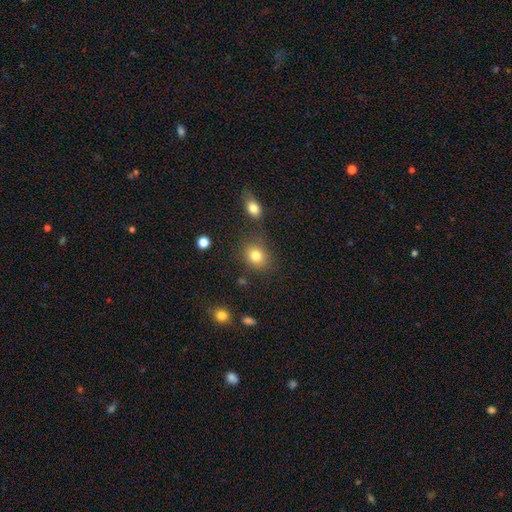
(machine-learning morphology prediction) The model was most divided on "how rounded": round: 59%, in between: 40%, cigar-shaped: 1%. More confident: smooth or featured — smooth (82%); merging — none (75%).